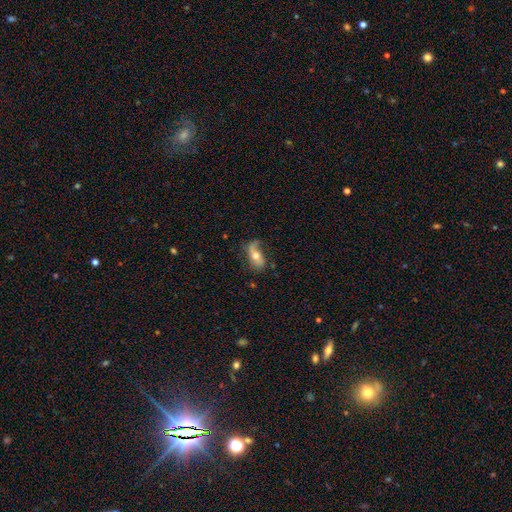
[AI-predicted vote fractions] featured or disk 50%, smooth 43%, star or artifact 8%. Down the decision tree: merging — none (47%).